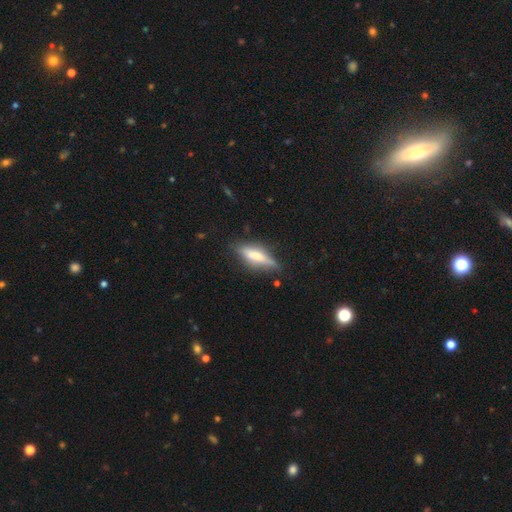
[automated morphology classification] Q: Smooth or featured?
A: smooth (47%); runner-up: featured or disk (46%)
Q: Merging?
A: none (75%); runner-up: minor disturbance (18%)